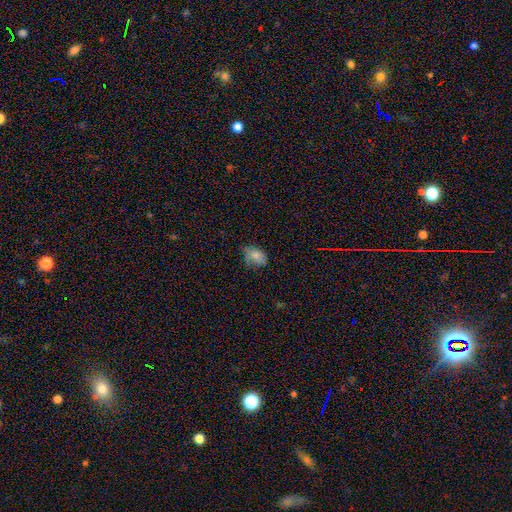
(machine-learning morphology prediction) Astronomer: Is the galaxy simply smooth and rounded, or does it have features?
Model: smooth — 74%.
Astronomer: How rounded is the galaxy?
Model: in between — 79%.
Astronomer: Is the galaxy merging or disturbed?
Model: none — 52% (runner-up: minor disturbance, 33%).